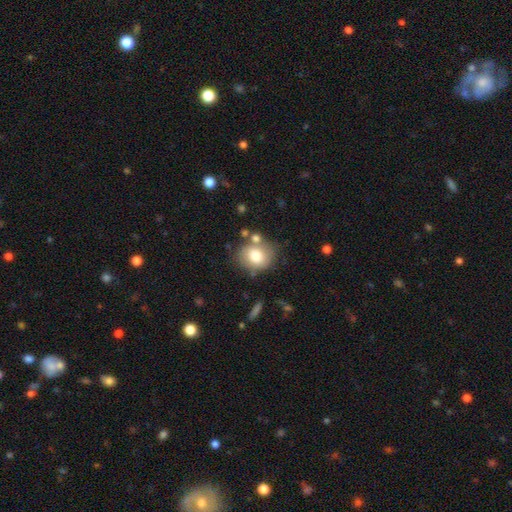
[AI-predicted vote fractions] Q: Smooth or featured?
A: smooth (75%); runner-up: featured or disk (16%)
Q: How rounded?
A: round (63%); runner-up: in between (36%)
Q: Merging?
A: none (66%); runner-up: minor disturbance (16%)